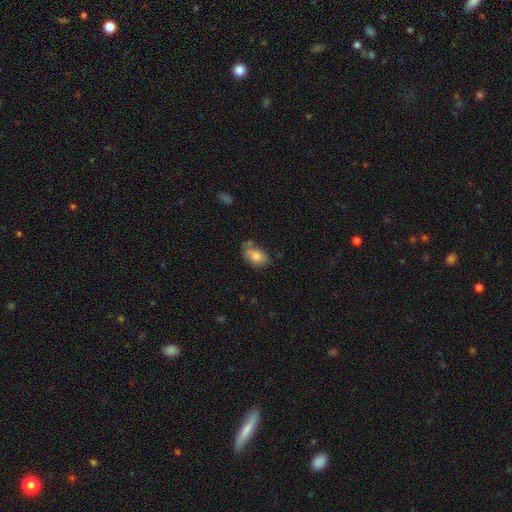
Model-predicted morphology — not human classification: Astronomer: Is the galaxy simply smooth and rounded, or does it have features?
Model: smooth — 81%.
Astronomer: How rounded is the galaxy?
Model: in between — 86%.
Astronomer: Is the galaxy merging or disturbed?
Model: none — 52%.